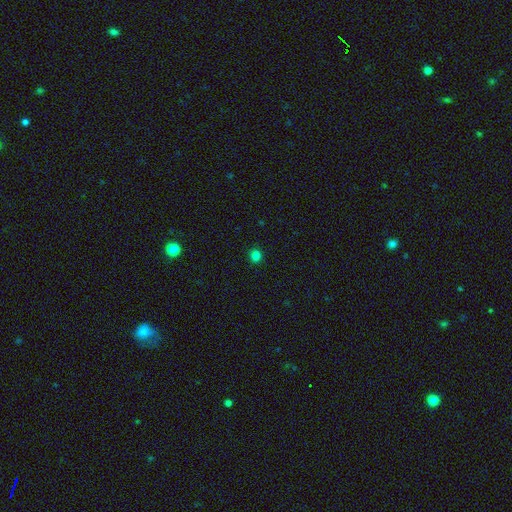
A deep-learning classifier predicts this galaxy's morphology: smooth_or_featured: smooth (p=0.81) [alt: star or artifact p=0.15]
how_rounded: round (p=0.89) [alt: in between p=0.10]
merging: none (p=0.92) [alt: minor disturbance p=0.05]